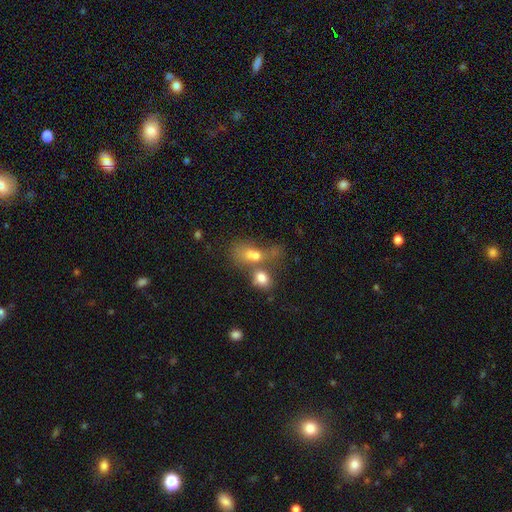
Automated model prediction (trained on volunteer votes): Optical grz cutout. It shows a smooth galaxy with no disk features (64%) that is in between round and cigar-shaped (61%). Merging: merger (66%).